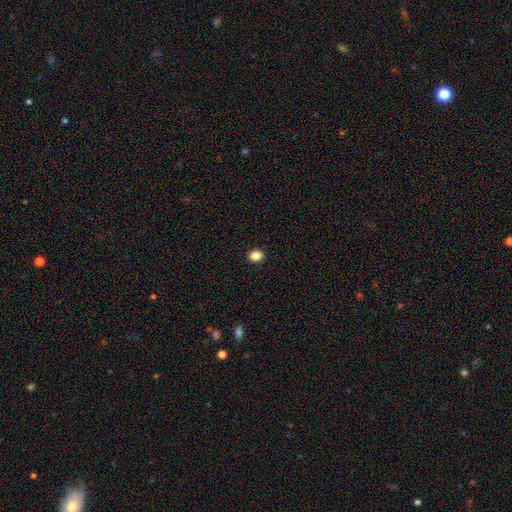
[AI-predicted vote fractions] A smooth galaxy with no disk features (86%) that is round (51%). Merging: none (92%).